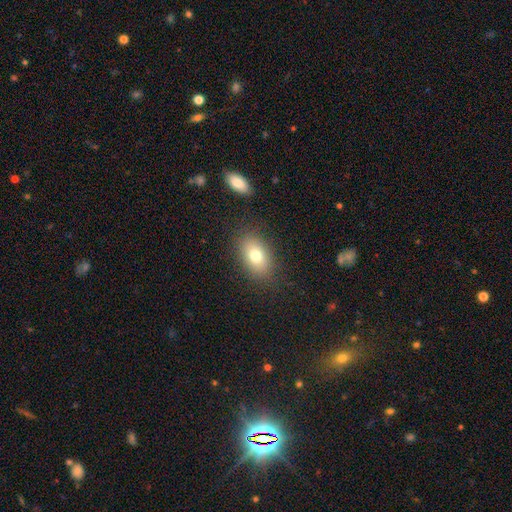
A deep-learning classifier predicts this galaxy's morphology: Smooth or featured? smooth (77%)
How rounded? in between (85%)
Merging? none (84%)